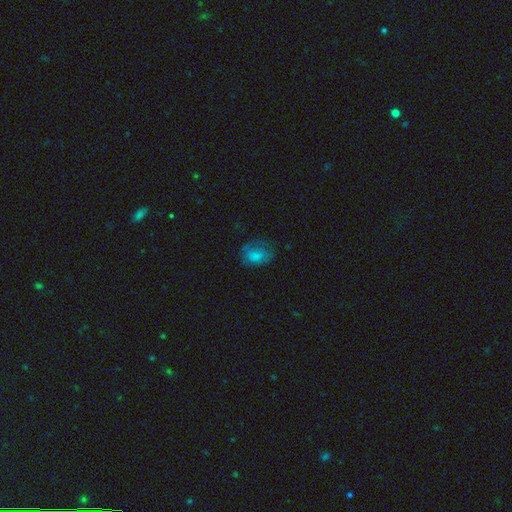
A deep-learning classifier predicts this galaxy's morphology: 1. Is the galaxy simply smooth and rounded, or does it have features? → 71% smooth, 17% featured or disk, 12% star or artifact.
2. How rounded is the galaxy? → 65% in between, 34% round, 1% cigar-shaped.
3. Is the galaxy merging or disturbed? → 53% none, 26% minor disturbance, 19% major disturbance, 2% merger.